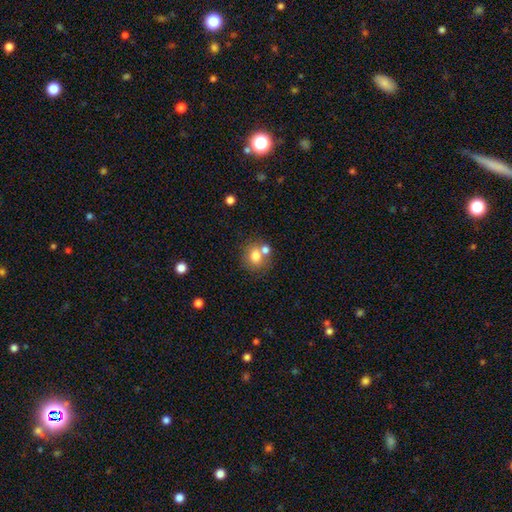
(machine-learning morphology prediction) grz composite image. It shows a smooth galaxy with no disk features (75%) that is round (64%). Merging: none (55%).